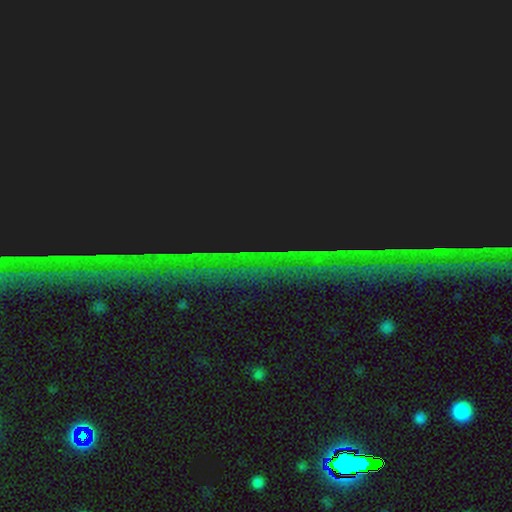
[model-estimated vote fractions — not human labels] This is clearly a star or artifact rather than a galaxy (85%).